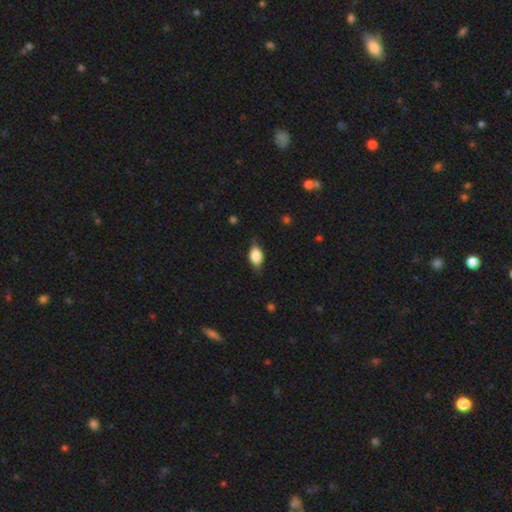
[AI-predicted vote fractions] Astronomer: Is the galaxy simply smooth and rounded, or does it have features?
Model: smooth — 75%.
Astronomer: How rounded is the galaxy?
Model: in between — 83%.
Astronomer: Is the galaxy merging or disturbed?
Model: none — 72%.